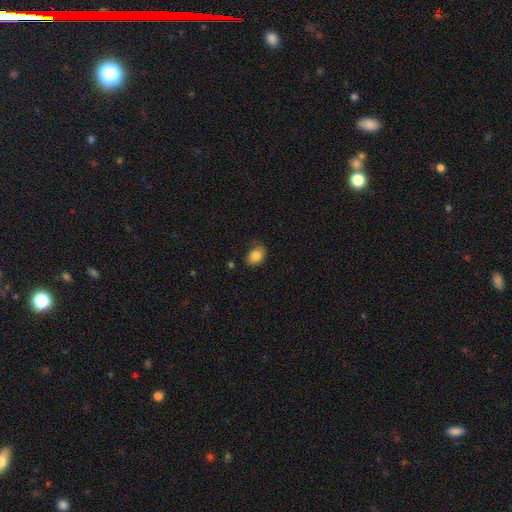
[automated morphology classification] A smooth galaxy with no disk features (84%) that is in between round and cigar-shaped (76%). Merging: none (71%).